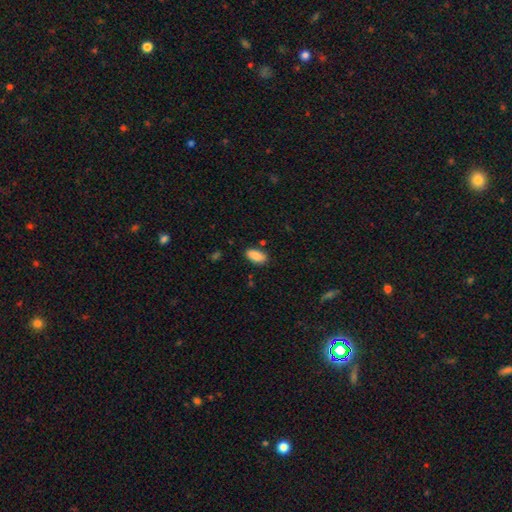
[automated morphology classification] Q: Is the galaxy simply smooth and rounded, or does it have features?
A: smooth — 88%.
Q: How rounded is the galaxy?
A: in between — 91%.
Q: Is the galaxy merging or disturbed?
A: none — 82%.